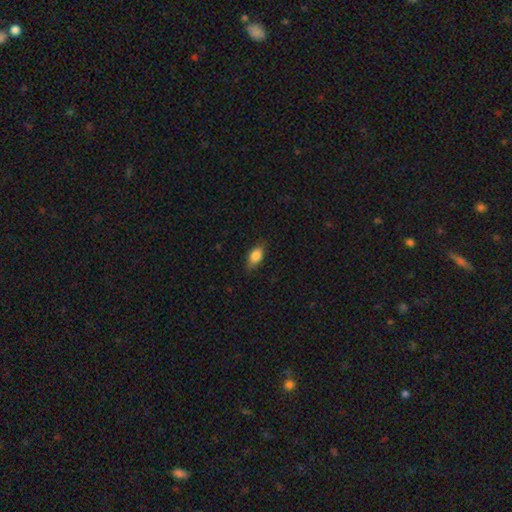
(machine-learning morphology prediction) Smooth or featured: smooth — 84% (featured or disk — 8%)
How rounded: in between — 87% (round — 8%)
Merging: none — 80% (minor disturbance — 15%)